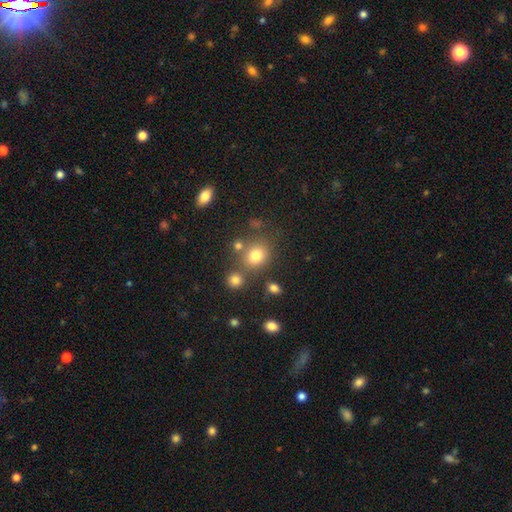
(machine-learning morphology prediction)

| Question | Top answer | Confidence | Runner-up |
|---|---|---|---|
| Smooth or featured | smooth | 76% | star or artifact (15%) |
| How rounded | round | 71% | in between (28%) |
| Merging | none | 68% | merger (15%) |